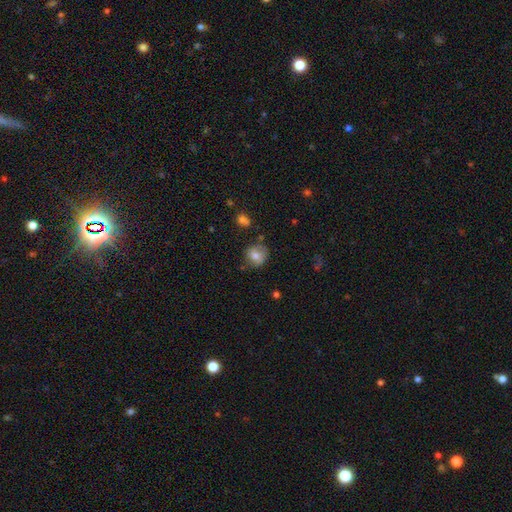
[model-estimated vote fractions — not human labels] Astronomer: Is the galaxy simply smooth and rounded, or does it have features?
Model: smooth — 74%.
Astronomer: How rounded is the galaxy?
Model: round — 82%.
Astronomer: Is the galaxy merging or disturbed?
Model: none — 71%.